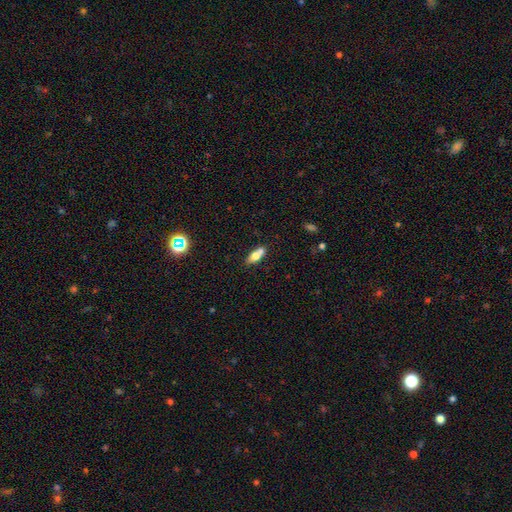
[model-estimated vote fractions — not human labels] Q: Smooth or featured?
A: smooth (67%); runner-up: featured or disk (24%)
Q: How rounded?
A: in between (72%); runner-up: cigar-shaped (22%)
Q: Merging?
A: none (50%); runner-up: merger (32%)